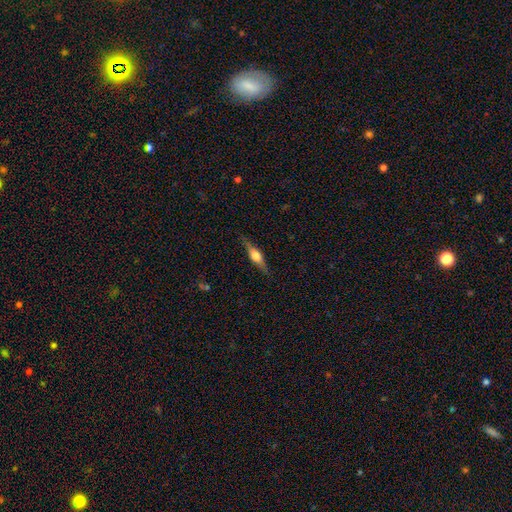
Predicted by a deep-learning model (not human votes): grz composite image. It shows a featured or disk galaxy (64%) viewed edge-on (96%) with a rounded central bulge (87%). Merging: none (86%).